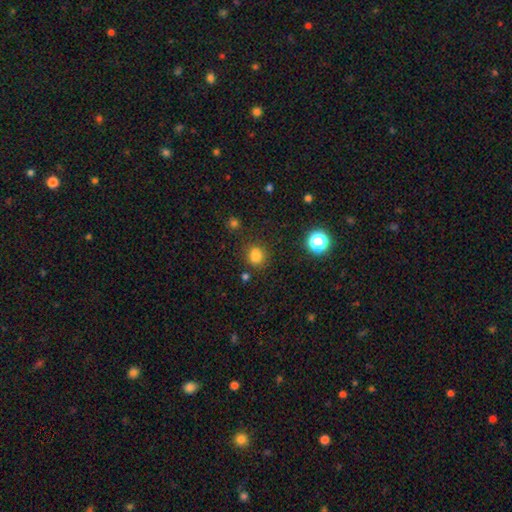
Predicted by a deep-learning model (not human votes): smooth_or_featured: smooth (p=0.79) [alt: star or artifact p=0.16]
how_rounded: round (p=0.71) [alt: in between p=0.28]
merging: none (p=0.77) [alt: minor disturbance p=0.13]